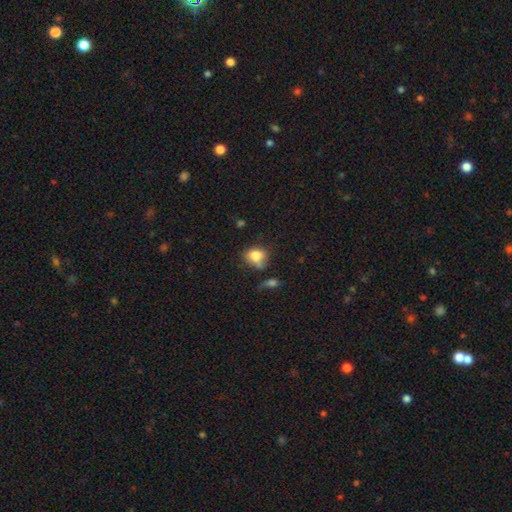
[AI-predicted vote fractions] Smooth or featured?
  - smooth: 76% *
  - featured or disk: 14%
  - star or artifact: 10%
How rounded?
  - in between: 58% *
  - round: 40%
  - cigar-shaped: 2%
Merging?
  - none: 38% *
  - minor disturbance: 24%
  - merger: 22%
  - major disturbance: 15%